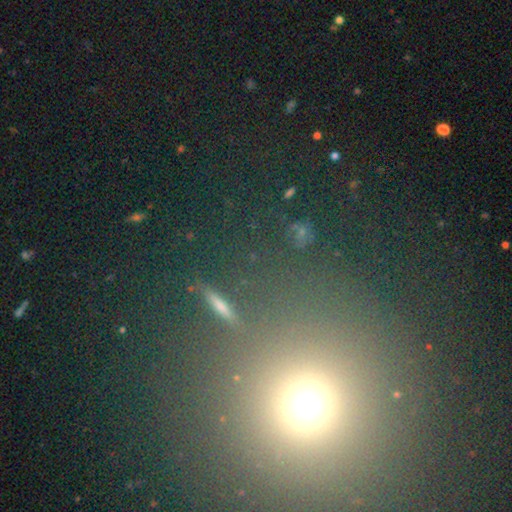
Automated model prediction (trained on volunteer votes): smooth-or-featured: star or artifact: 54% | smooth: 31% | featured or disk: 15%